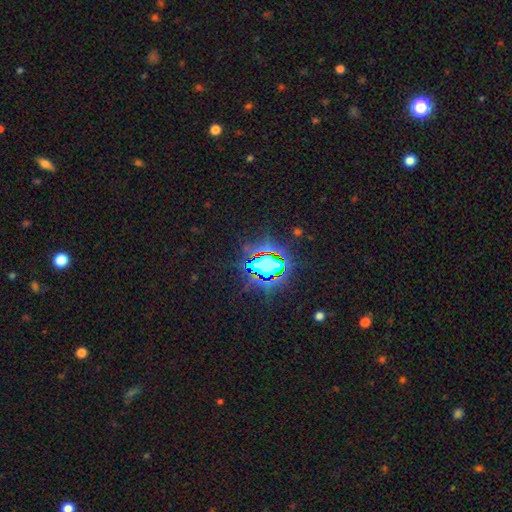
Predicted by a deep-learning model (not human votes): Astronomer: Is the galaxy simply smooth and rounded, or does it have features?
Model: star or artifact — 81%.